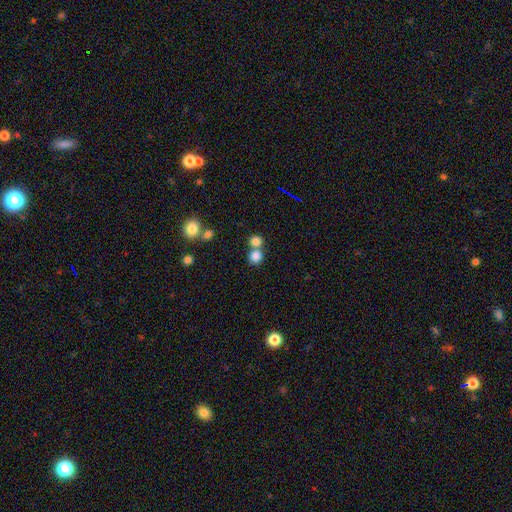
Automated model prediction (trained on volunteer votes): Morphology: type=smooth (82%); roundness=round (85%); merging=none (50%).